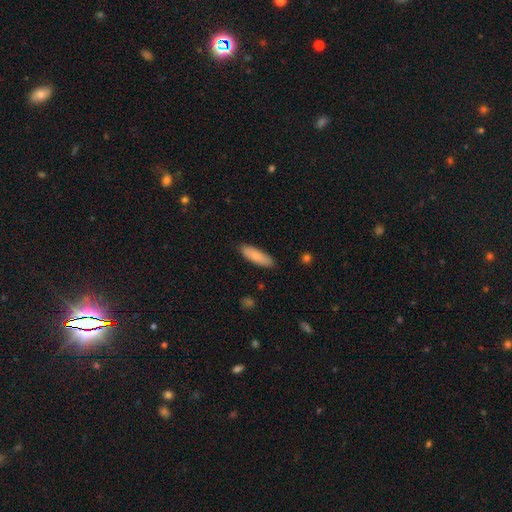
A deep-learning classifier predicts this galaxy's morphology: smooth 86%, featured or disk 9%, star or artifact 5%. Down the decision tree: how rounded — cigar-shaped (53%); merging — none (88%).